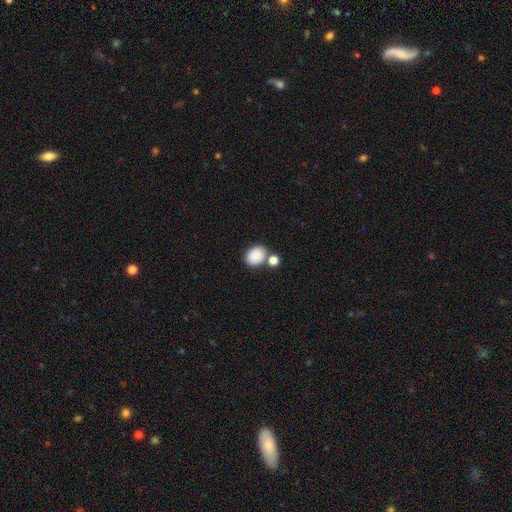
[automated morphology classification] smooth 88%, star or artifact 8%, featured or disk 4%. Down the decision tree: how rounded — in between (67%); merging — none (66%).